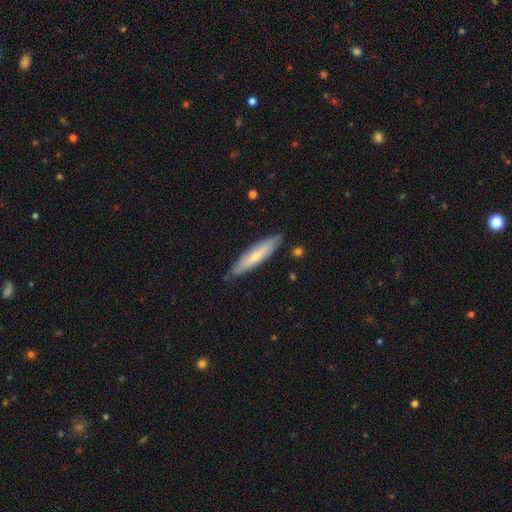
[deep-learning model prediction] Morphology: type=smooth (57%); roundness=cigar-shaped (81%); merging=none (84%).